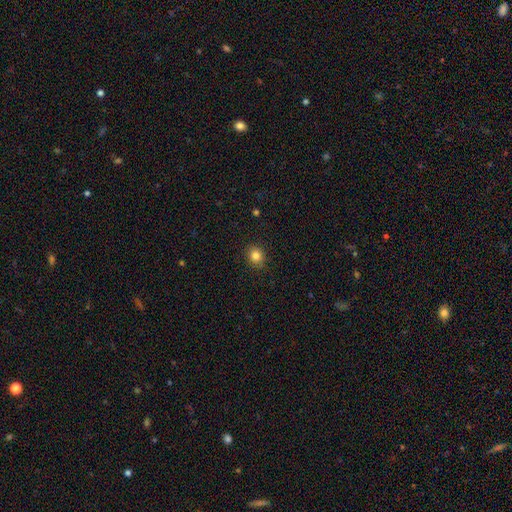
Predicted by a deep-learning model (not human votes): The model was most divided on "how rounded": round: 76%, in between: 23%, cigar-shaped: 1%. More confident: merging — none (90%); smooth or featured — smooth (83%).